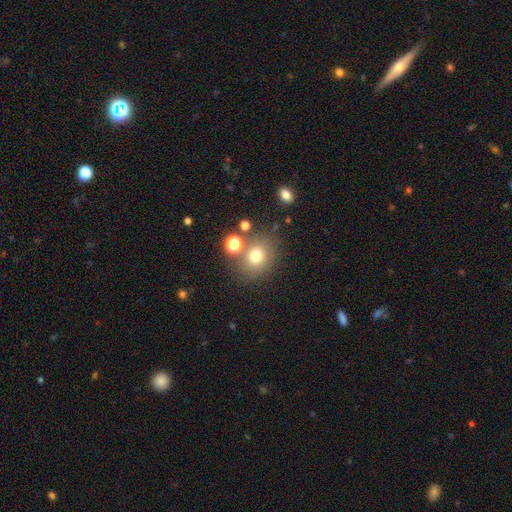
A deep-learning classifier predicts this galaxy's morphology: The model was most divided on "how rounded": round: 71%, in between: 28%, cigar-shaped: 1%. More confident: smooth or featured — smooth (73%); merging — none (72%).